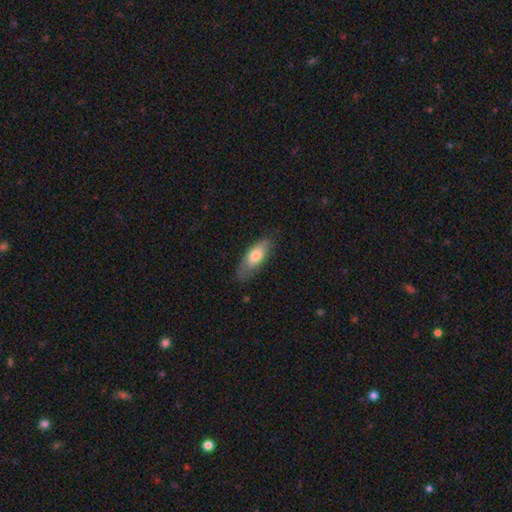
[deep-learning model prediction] This is likely a smooth galaxy (70%). How rounded: likely in between (74%). Merging: likely none (71%).